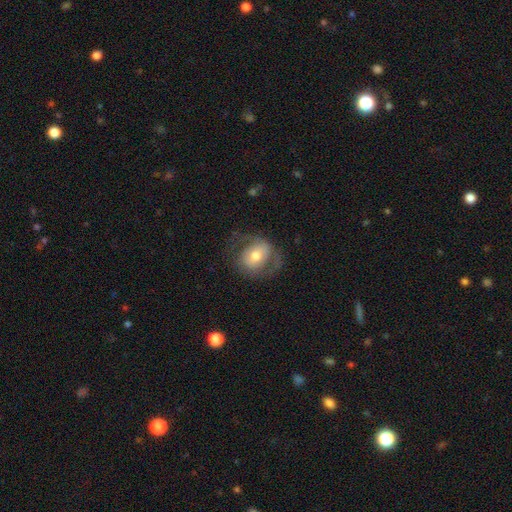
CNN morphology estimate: smooth_or_featured: featured or disk (p=0.52) [alt: smooth p=0.41]
disk_edge_on: no (p=0.96) [alt: yes p=0.04]
merging: none (p=0.61) [alt: major disturbance p=0.19]